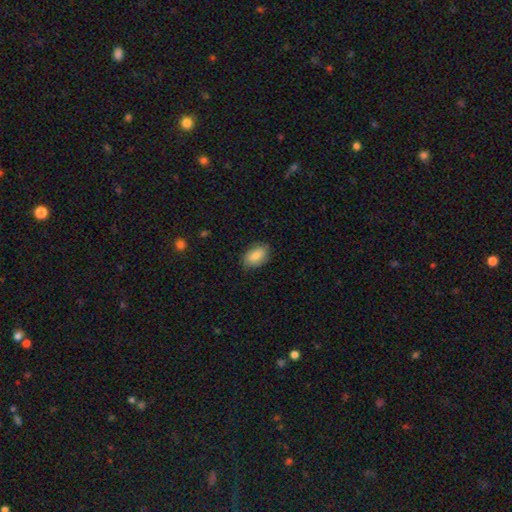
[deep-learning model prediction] This is clearly a smooth galaxy (84%). How rounded: clearly in between (89%). Merging: clearly none (83%).